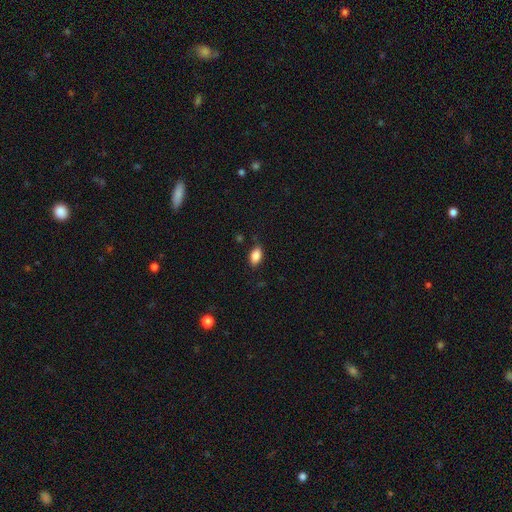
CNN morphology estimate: smooth 87%, star or artifact 8%, featured or disk 5%. Down the decision tree: how rounded — in between (90%); merging — none (81%).